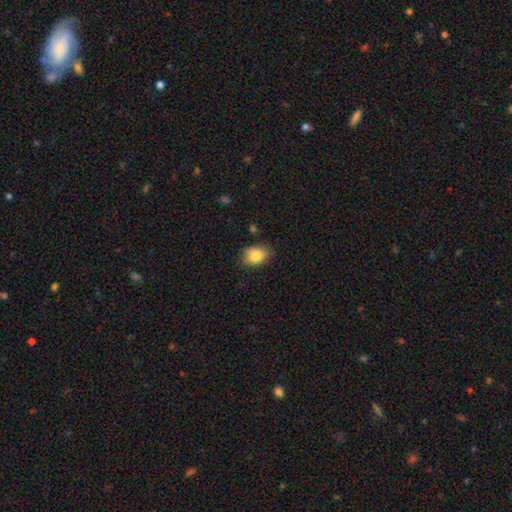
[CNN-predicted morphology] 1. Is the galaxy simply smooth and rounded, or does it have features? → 83% smooth, 9% featured or disk, 8% star or artifact.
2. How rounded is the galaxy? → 78% in between, 20% round, 1% cigar-shaped.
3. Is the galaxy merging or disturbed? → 77% none, 19% minor disturbance, 3% major disturbance, 2% merger.